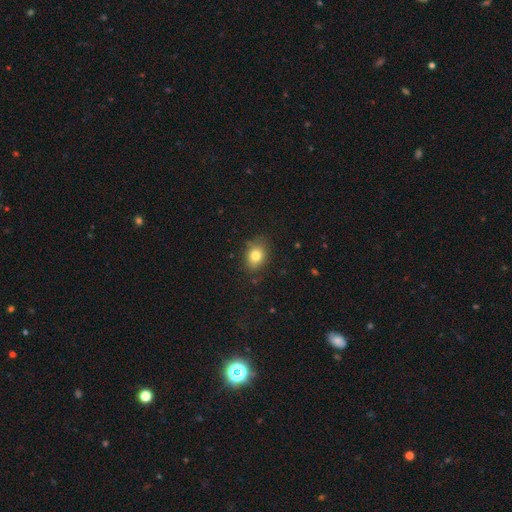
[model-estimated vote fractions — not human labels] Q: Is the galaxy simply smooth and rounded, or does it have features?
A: smooth — 80%.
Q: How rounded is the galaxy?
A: in between — 62%.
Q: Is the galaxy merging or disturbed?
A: none — 79%.